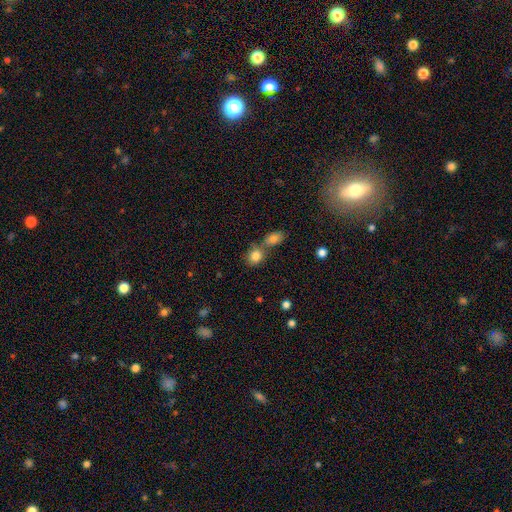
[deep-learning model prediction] smooth-or-featured: smooth: 83% | star or artifact: 10% | featured or disk: 7%
  how-rounded: round: 66% | in between: 33% | cigar-shaped: 1%
  merging: none: 50% | merger: 38% | minor disturbance: 9% | major disturbance: 3%